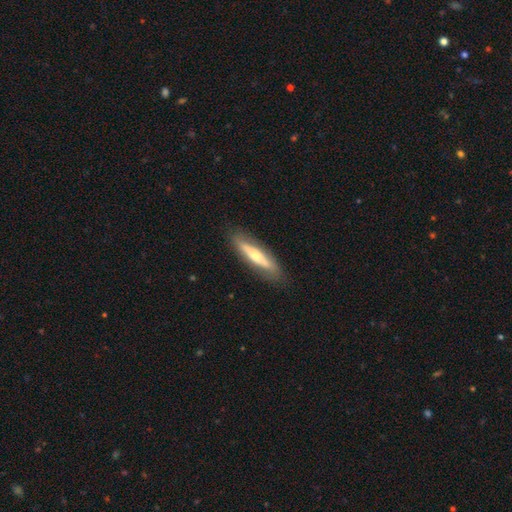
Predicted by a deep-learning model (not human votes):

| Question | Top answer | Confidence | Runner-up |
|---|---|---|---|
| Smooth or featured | featured or disk | 56% | smooth (38%) |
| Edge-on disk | yes | 75% | no (25%) |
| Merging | none | 85% | minor disturbance (11%) |